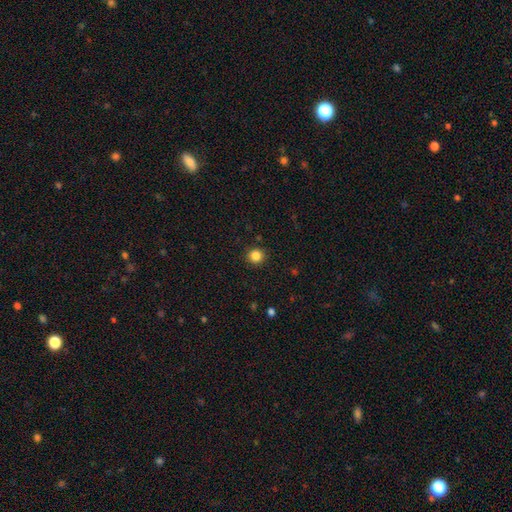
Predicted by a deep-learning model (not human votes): Smooth or featured?
  - smooth: 85% *
  - star or artifact: 11%
  - featured or disk: 4%
How rounded?
  - round: 93% *
  - in between: 6%
  - cigar-shaped: 1%
Merging?
  - none: 92% *
  - minor disturbance: 5%
  - major disturbance: 2%
  - merger: 1%